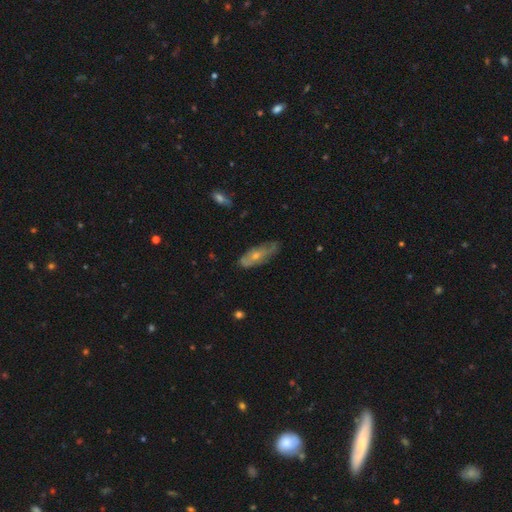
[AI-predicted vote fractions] This appears to be a featured or disk galaxy (54%). Merging: none (64%).